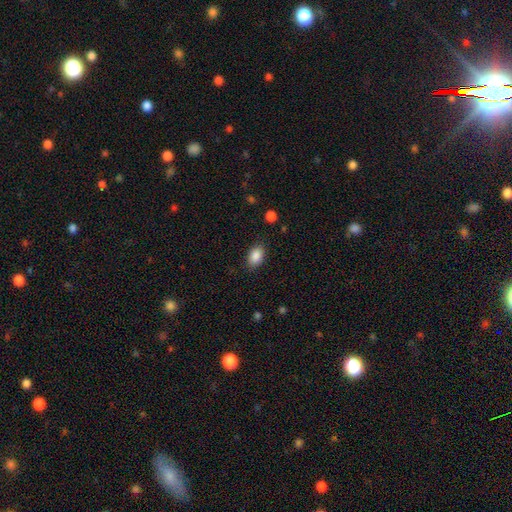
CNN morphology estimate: Smooth or featured?
  - smooth: 88% *
  - star or artifact: 8%
  - featured or disk: 4%
How rounded?
  - in between: 86% *
  - round: 13%
  - cigar-shaped: 1%
Merging?
  - none: 86% *
  - minor disturbance: 10%
  - major disturbance: 3%
  - merger: 1%